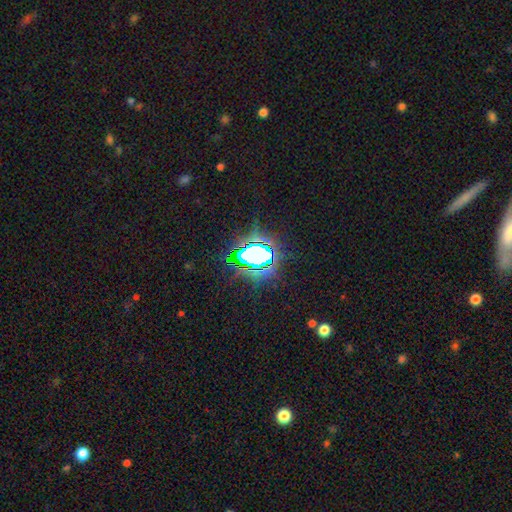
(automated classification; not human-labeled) Smooth or featured?
  - star or artifact: 68% *
  - smooth: 19%
  - featured or disk: 13%